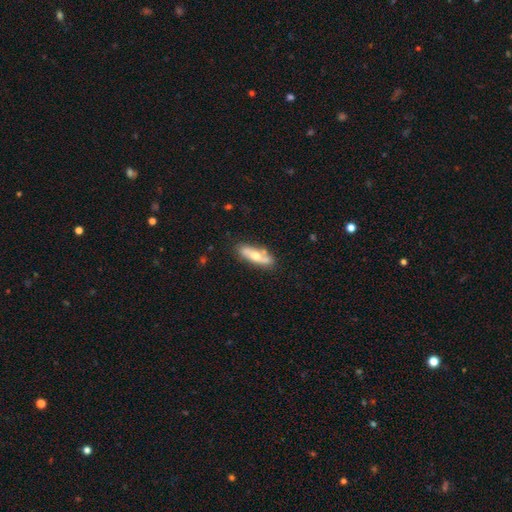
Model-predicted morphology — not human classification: Smooth or featured: smooth — 48% (featured or disk — 47%)
Merging: none — 69% (minor disturbance — 18%)